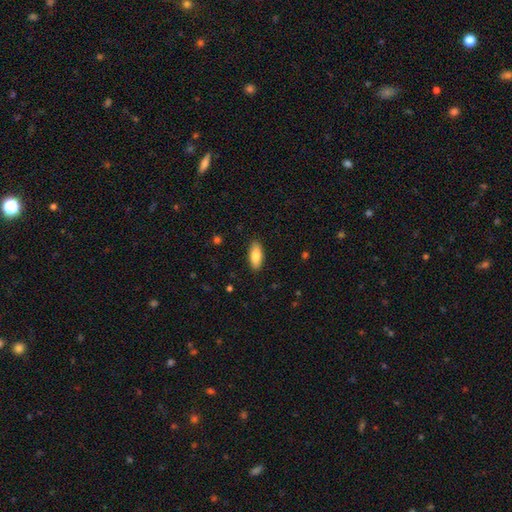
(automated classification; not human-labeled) smooth_or_featured: smooth (p=0.85) [alt: featured or disk p=0.09]
how_rounded: in between (p=0.82) [alt: cigar-shaped p=0.16]
merging: none (p=0.89) [alt: minor disturbance p=0.08]